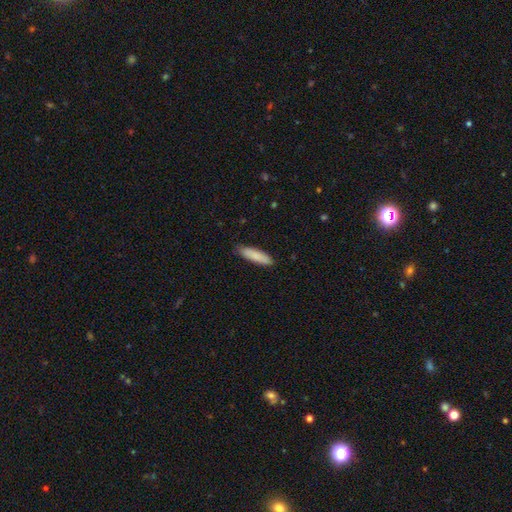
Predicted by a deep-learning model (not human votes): This is clearly a smooth galaxy (86%). How rounded: likely cigar-shaped (73%). Merging: clearly none (87%).